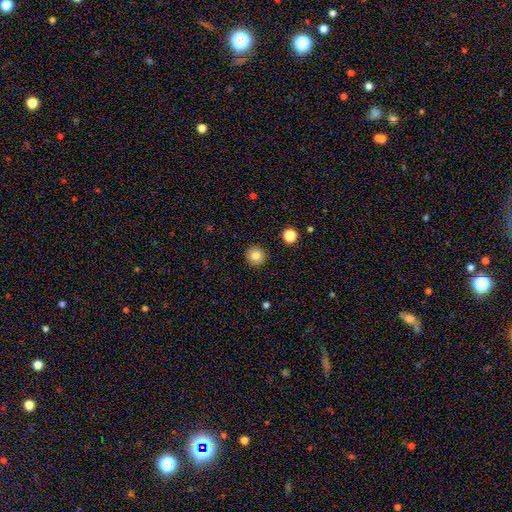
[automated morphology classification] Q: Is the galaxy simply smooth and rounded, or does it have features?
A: smooth — 82%.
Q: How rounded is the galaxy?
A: round — 93%.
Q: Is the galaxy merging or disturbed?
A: none — 92%.